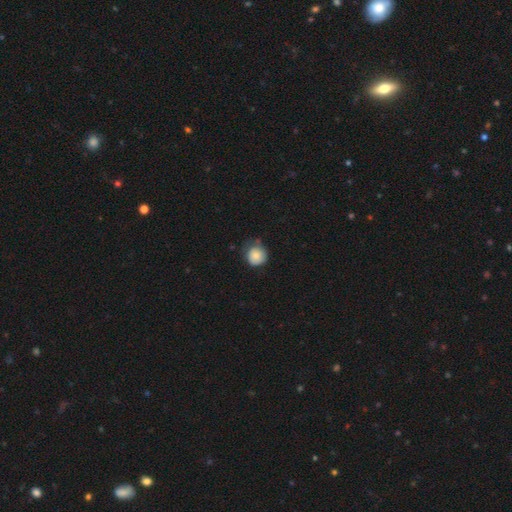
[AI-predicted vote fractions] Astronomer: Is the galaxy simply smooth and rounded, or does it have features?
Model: smooth — 81%.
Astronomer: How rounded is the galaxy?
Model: round — 89%.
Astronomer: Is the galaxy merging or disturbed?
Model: none — 55% (runner-up: minor disturbance, 33%).